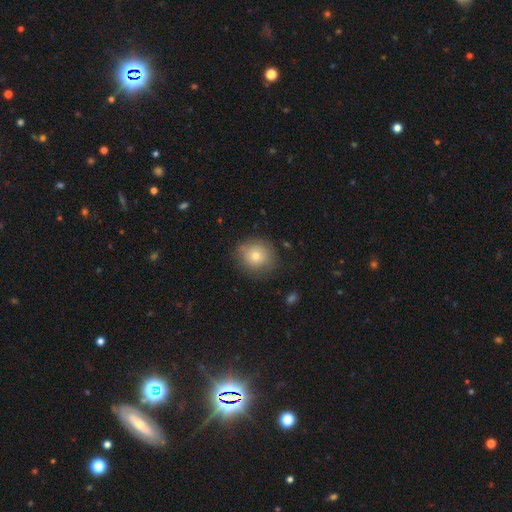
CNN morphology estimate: A smooth galaxy with no disk features (74%) that is round (88%). Merging: none (81%).